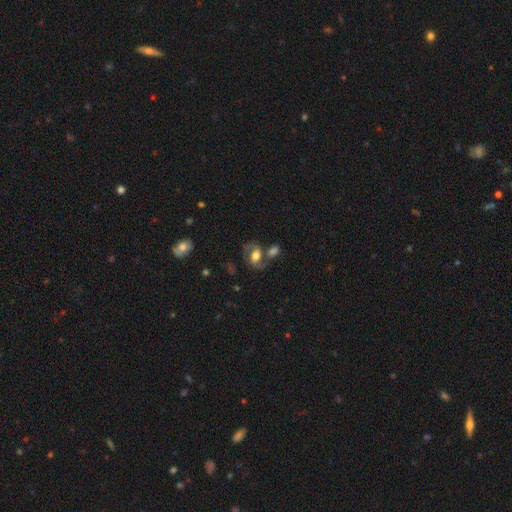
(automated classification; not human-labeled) The model was most divided on "bar": no: 44%, weak: 37%, strong: 19%. Remaining: edge-on disk — no (96%); spiral arm count — 2 (88%); spiral arms — yes (84%); smooth or featured — featured or disk (64%); bulge size — moderate (54%); spiral winding — medium (53%); merging — none (49%).